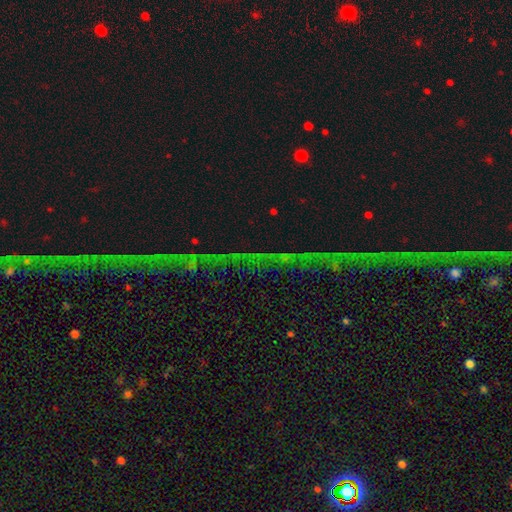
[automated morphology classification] Smooth or featured? star or artifact (72%)